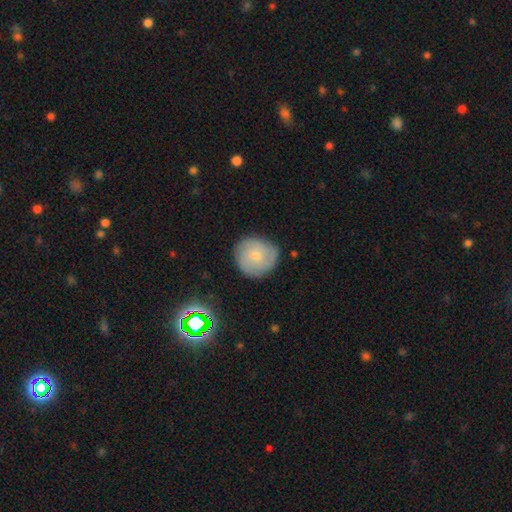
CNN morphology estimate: Smooth or featured?
  - smooth: 52% *
  - featured or disk: 39%
  - star or artifact: 8%
How rounded?
  - round: 88% *
  - in between: 11%
  - cigar-shaped: 1%
Merging?
  - none: 74% *
  - minor disturbance: 19%
  - major disturbance: 5%
  - merger: 2%